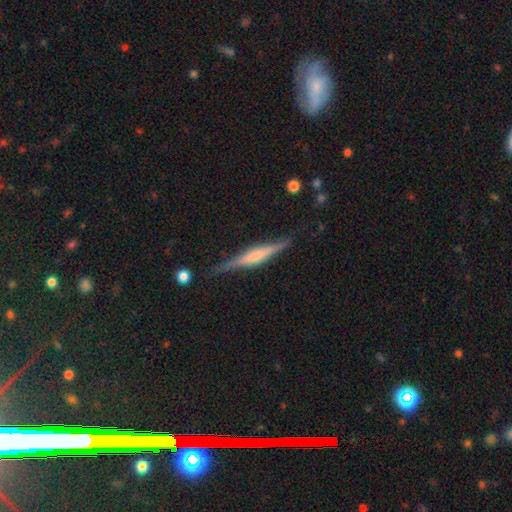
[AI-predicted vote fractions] Q: Smooth or featured?
A: featured or disk (71%); runner-up: smooth (23%)
Q: Edge-on disk?
A: yes (97%); runner-up: no (3%)
Q: Edge-on bulge?
A: rounded (54%); runner-up: boxy (30%)
Q: Merging?
A: none (84%); runner-up: minor disturbance (12%)